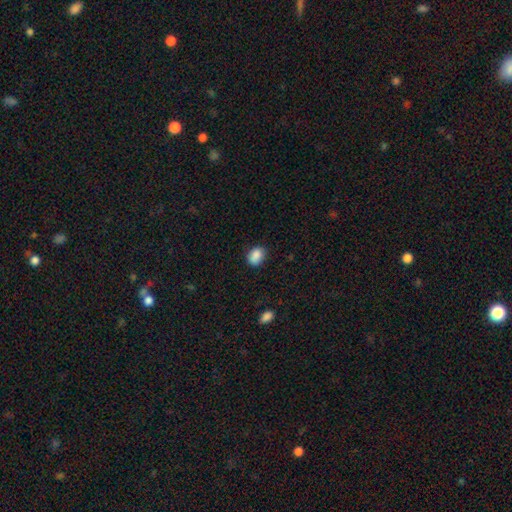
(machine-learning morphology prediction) A smooth galaxy with no disk features (88%) that is in between round and cigar-shaped (64%).

Vote fractions:
- Smooth or featured? smooth: 88% / star or artifact: 8% / featured or disk: 4%
- How rounded? in between: 64% / round: 35% / cigar-shaped: 1%
- Merging? none: 82% / minor disturbance: 14% / major disturbance: 3% / merger: 1%